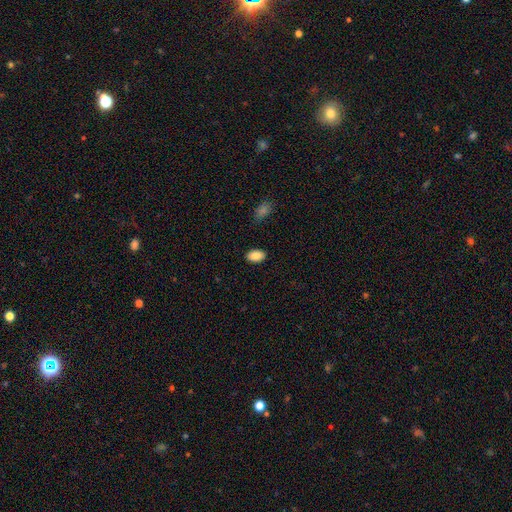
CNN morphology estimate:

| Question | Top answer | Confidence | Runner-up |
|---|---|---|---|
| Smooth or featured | smooth | 88% | star or artifact (7%) |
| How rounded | in between | 92% | round (7%) |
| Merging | none | 88% | minor disturbance (8%) |